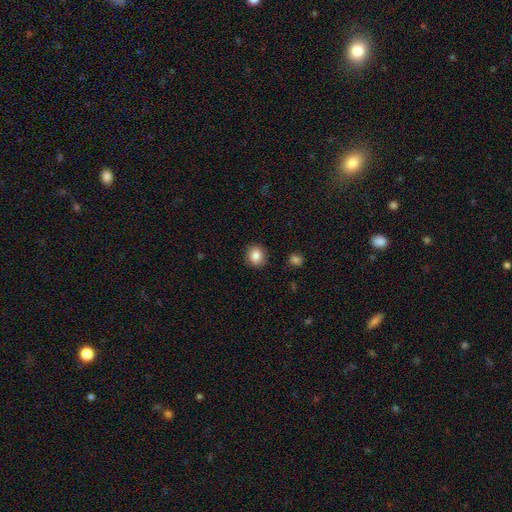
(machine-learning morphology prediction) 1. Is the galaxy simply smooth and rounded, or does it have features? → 86% smooth, 9% star or artifact, 5% featured or disk.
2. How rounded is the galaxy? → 77% round, 22% in between, 1% cigar-shaped.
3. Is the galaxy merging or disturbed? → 90% none, 7% minor disturbance, 2% major disturbance, 1% merger.